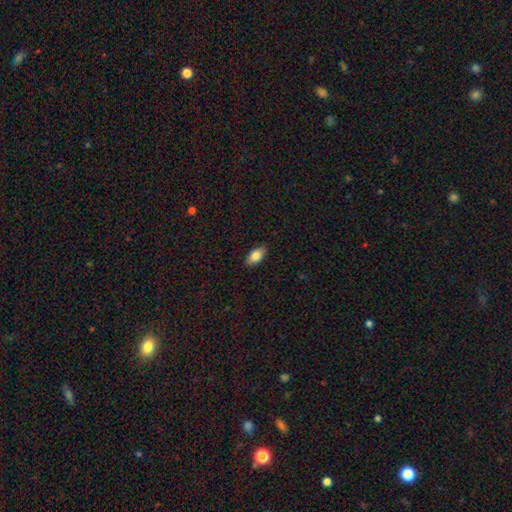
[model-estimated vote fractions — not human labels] Smooth or featured?
  - smooth: 83% *
  - featured or disk: 10%
  - star or artifact: 7%
How rounded?
  - in between: 92% *
  - cigar-shaped: 5%
  - round: 3%
Merging?
  - none: 88% *
  - minor disturbance: 10%
  - major disturbance: 2%
  - merger: 1%